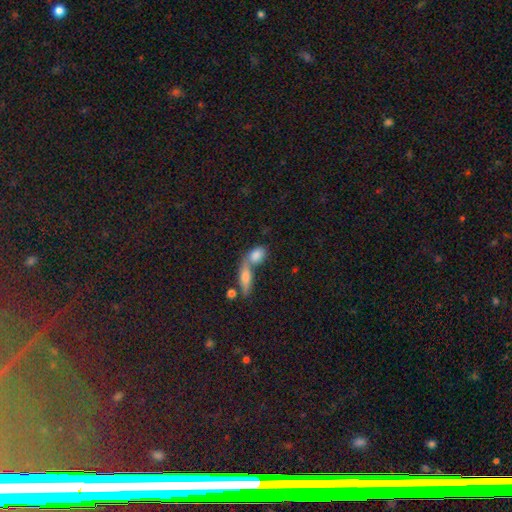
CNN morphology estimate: Smooth or featured?
  - smooth: 75% *
  - featured or disk: 16%
  - star or artifact: 9%
How rounded?
  - in between: 73% *
  - round: 15%
  - cigar-shaped: 12%
Merging?
  - merger: 56% *
  - none: 31%
  - minor disturbance: 8%
  - major disturbance: 4%